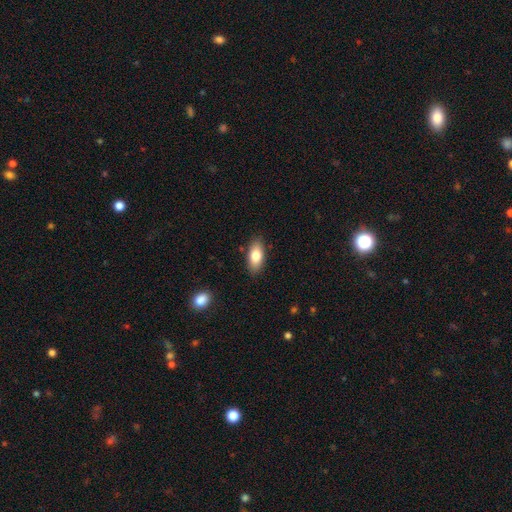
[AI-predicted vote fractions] Q: Smooth or featured?
A: smooth (80%); runner-up: featured or disk (13%)
Q: How rounded?
A: in between (87%); runner-up: cigar-shaped (9%)
Q: Merging?
A: none (86%); runner-up: minor disturbance (11%)